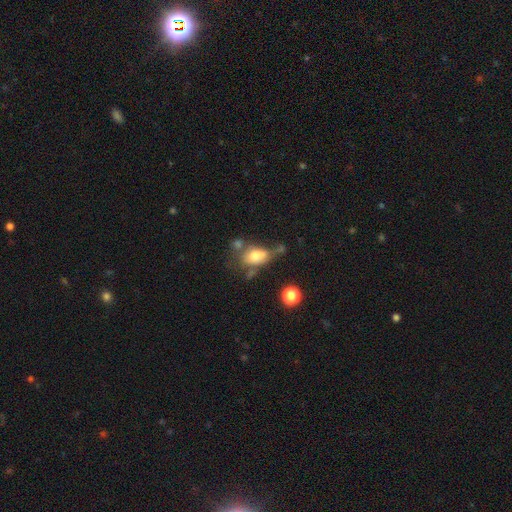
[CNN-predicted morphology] Smooth or featured? smooth (68%)
How rounded? in between (83%)
Merging? none (31%)